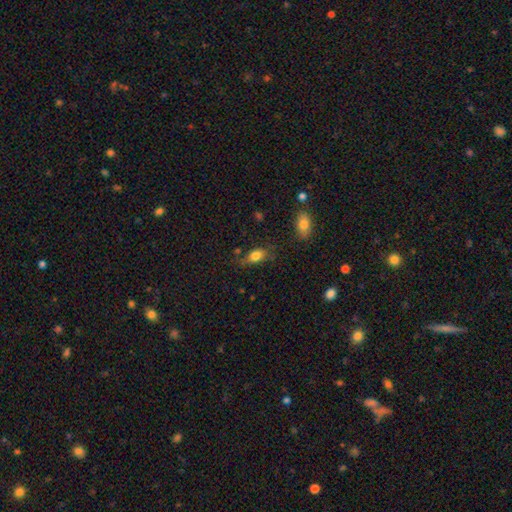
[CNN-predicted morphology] Smooth or featured?
  - smooth: 80% *
  - featured or disk: 11%
  - star or artifact: 9%
How rounded?
  - in between: 83% *
  - round: 10%
  - cigar-shaped: 7%
Merging?
  - none: 64% *
  - minor disturbance: 24%
  - major disturbance: 8%
  - merger: 4%